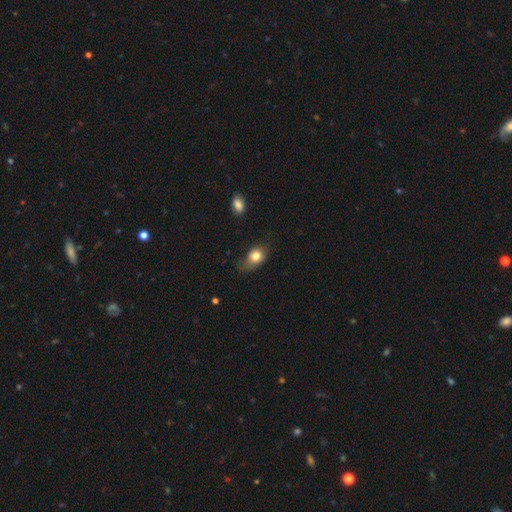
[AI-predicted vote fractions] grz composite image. It shows a smooth galaxy with no disk features (79%) that is in between round and cigar-shaped (63%). Merging: none (42%).